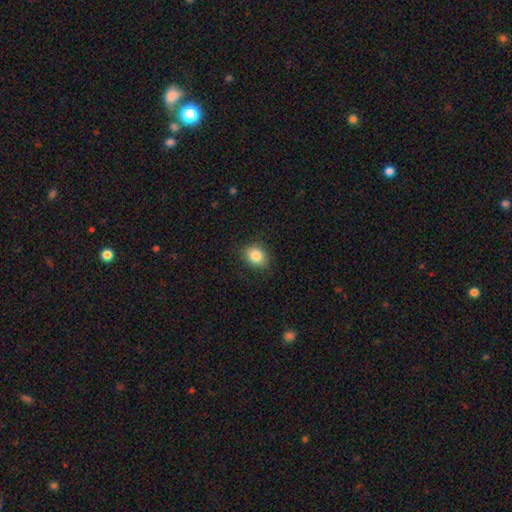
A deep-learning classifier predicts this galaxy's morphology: A smooth galaxy with no disk features (84%) that is in between round and cigar-shaped (51%).

Vote fractions:
- Smooth or featured? smooth: 84% / star or artifact: 9% / featured or disk: 6%
- How rounded? in between: 51% / round: 48% / cigar-shaped: 1%
- Merging? none: 87% / minor disturbance: 9% / major disturbance: 2% / merger: 1%